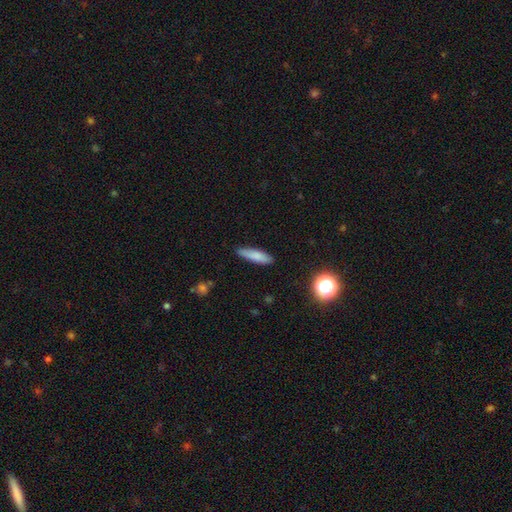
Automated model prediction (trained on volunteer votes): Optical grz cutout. It shows a smooth galaxy with no disk features (81%) that is cigar-shaped (70%). Merging: none (85%).